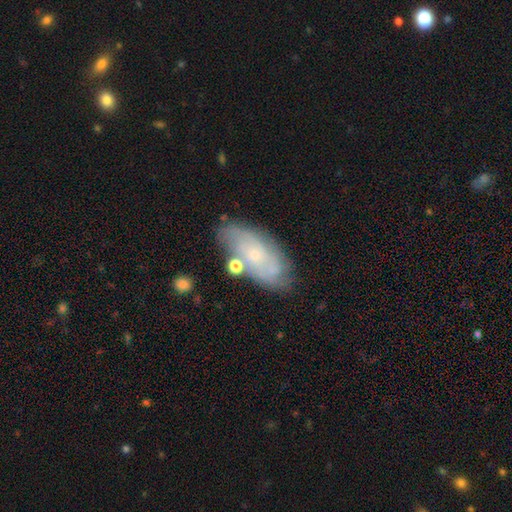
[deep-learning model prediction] smooth-or-featured: featured or disk: 55% | smooth: 37% | star or artifact: 8%
  disk-edge-on: no: 91% | yes: 9%
    bar: no: 80% | weak: 17% | strong: 3%
    has-spiral-arms: yes: 70% | no: 30%
    bulge-size: small: 72% | moderate: 20% | none: 5% | large: 2% | dominant: 1%
  merging: none: 67% | minor disturbance: 19% | merger: 8% | major disturbance: 6%